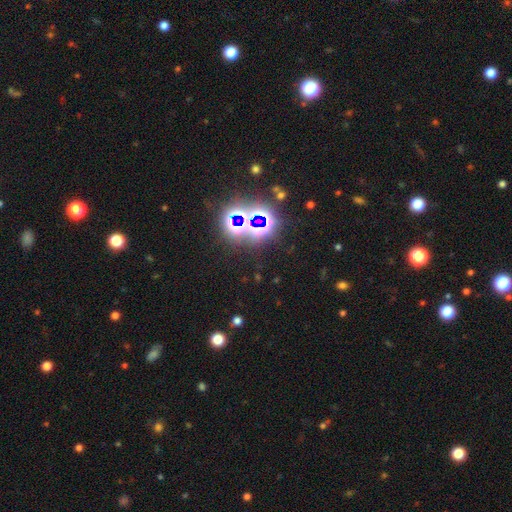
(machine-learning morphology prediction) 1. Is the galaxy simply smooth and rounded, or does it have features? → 82% star or artifact, 10% smooth, 8% featured or disk.